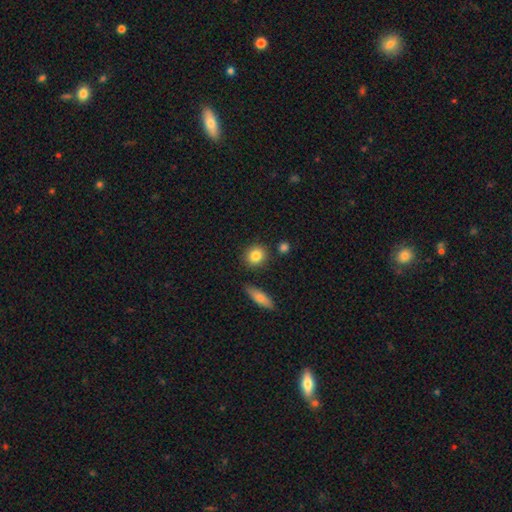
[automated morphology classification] smooth-or-featured: smooth: 84% | star or artifact: 8% | featured or disk: 8%
  how-rounded: round: 79% | in between: 18% | cigar-shaped: 2%
  merging: none: 85% | minor disturbance: 8% | merger: 4% | major disturbance: 2%